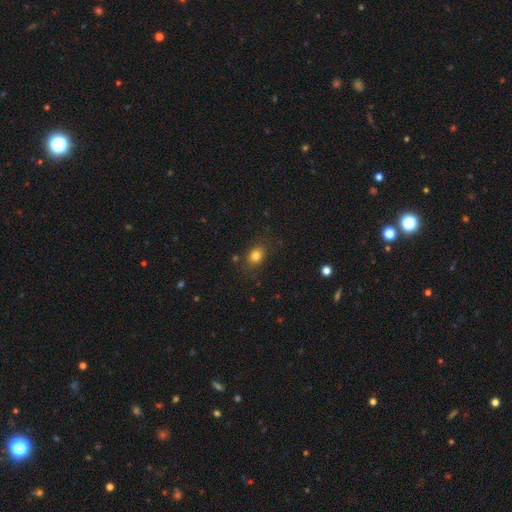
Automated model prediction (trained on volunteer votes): smooth-or-featured: smooth: 81% | star or artifact: 12% | featured or disk: 7%
  how-rounded: in between: 56% | round: 43% | cigar-shaped: 1%
  merging: none: 81% | minor disturbance: 13% | major disturbance: 4% | merger: 2%